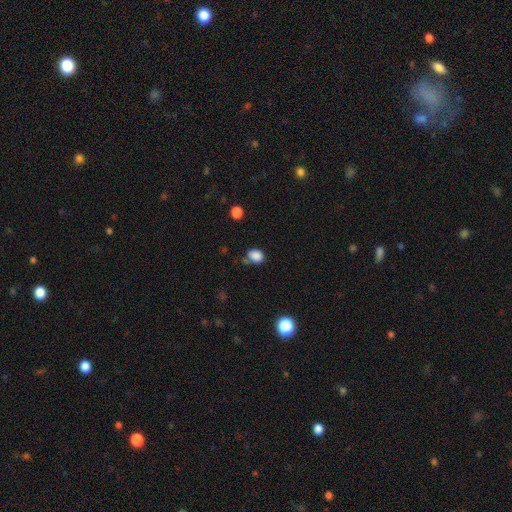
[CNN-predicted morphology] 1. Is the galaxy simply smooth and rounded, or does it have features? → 85% smooth, 11% star or artifact, 4% featured or disk.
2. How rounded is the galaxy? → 59% in between, 40% round, 1% cigar-shaped.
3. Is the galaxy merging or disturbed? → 60% none, 26% minor disturbance, 7% major disturbance, 6% merger.